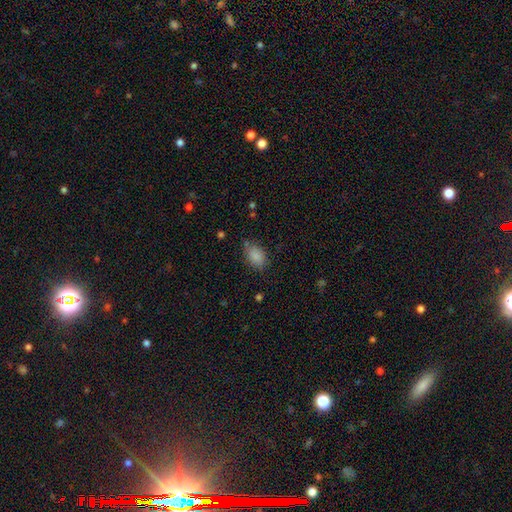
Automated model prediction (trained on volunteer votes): smooth_or_featured: smooth (p=0.87) [alt: star or artifact p=0.09]
how_rounded: in between (p=0.84) [alt: round p=0.14]
merging: none (p=0.76) [alt: minor disturbance p=0.17]